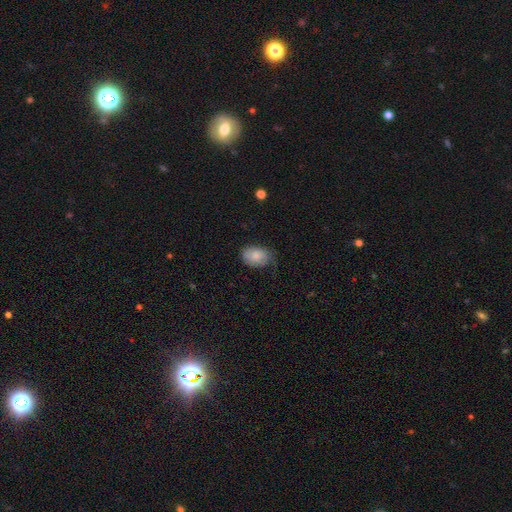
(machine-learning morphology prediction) type=smooth (77%); roundness=in between (77%); merging=none (55%).